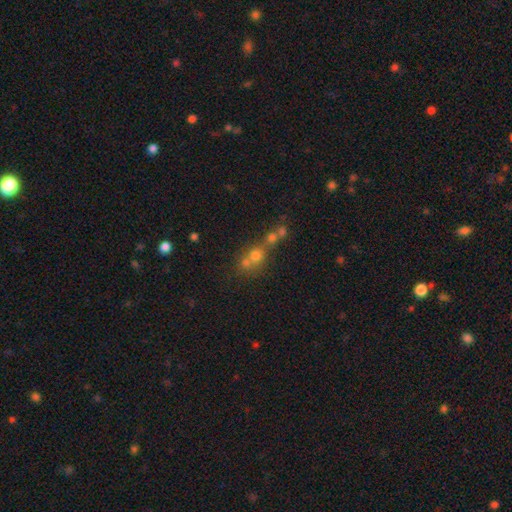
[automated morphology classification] Q: Smooth or featured?
A: smooth (58%); runner-up: star or artifact (21%)
Q: How rounded?
A: round (79%); runner-up: in between (18%)
Q: Merging?
A: merger (55%); runner-up: none (34%)